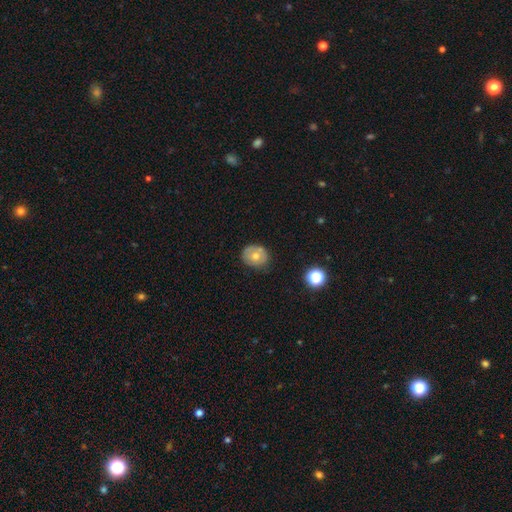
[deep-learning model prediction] Q: Smooth or featured?
A: smooth (61%); runner-up: featured or disk (30%)
Q: How rounded?
A: round (60%); runner-up: in between (39%)
Q: Merging?
A: none (70%); runner-up: minor disturbance (21%)